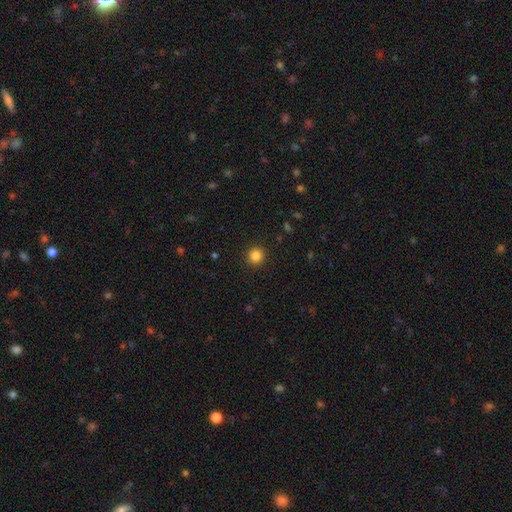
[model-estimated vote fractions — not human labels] Morphology: type=smooth (84%); roundness=round (94%); merging=none (92%).